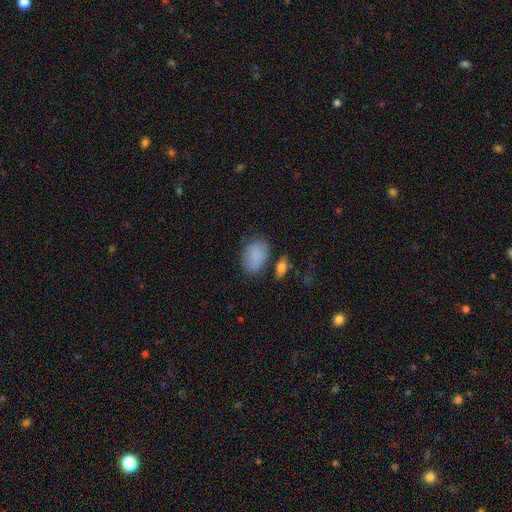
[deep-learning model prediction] A smooth galaxy with no disk features (86%) that is in between round and cigar-shaped (85%). Merging: none (66%).